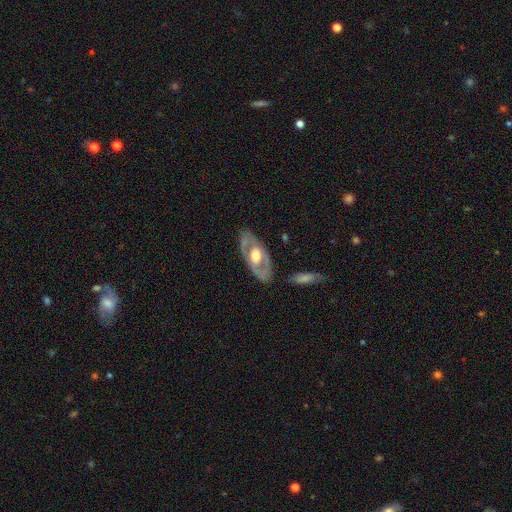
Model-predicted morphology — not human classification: Q: Smooth or featured?
A: featured or disk (67%); runner-up: smooth (28%)
Q: Edge-on disk?
A: no (82%); runner-up: yes (18%)
Q: Bar?
A: no (74%); runner-up: weak (19%)
Q: Spiral arms?
A: no (68%); runner-up: yes (32%)
Q: Bulge size?
A: moderate (57%); runner-up: large (35%)
Q: Merging?
A: none (78%); runner-up: minor disturbance (15%)